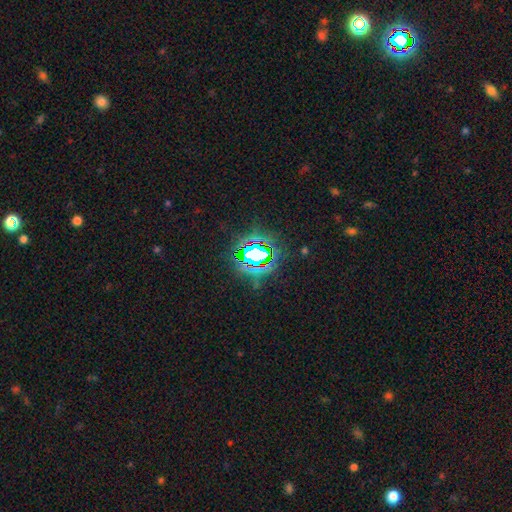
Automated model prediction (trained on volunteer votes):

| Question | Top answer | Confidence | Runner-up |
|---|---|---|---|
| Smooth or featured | star or artifact | 74% | smooth (15%) |